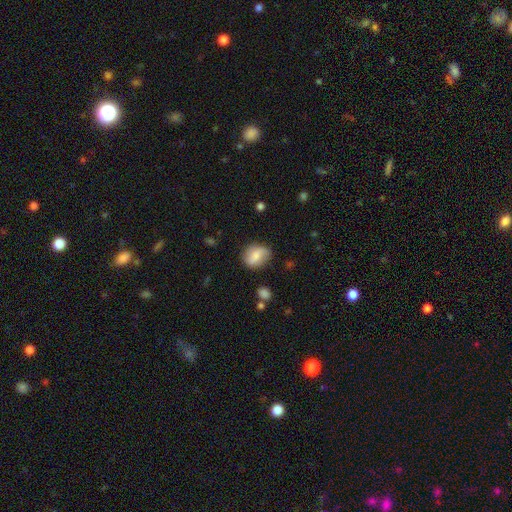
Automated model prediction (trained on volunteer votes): This appears to be a smooth galaxy with no disk features (65%) that is in between round and cigar-shaped (54%). Merging: none (72%).